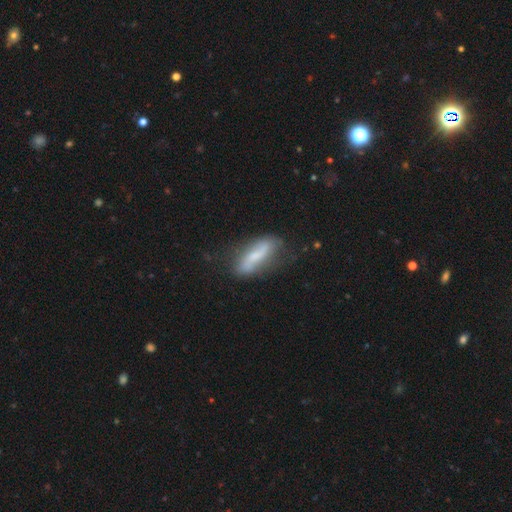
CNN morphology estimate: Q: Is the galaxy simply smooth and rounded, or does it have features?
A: featured or disk — 54%.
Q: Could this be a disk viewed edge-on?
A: no — 77%.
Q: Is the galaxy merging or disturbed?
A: none — 61%.